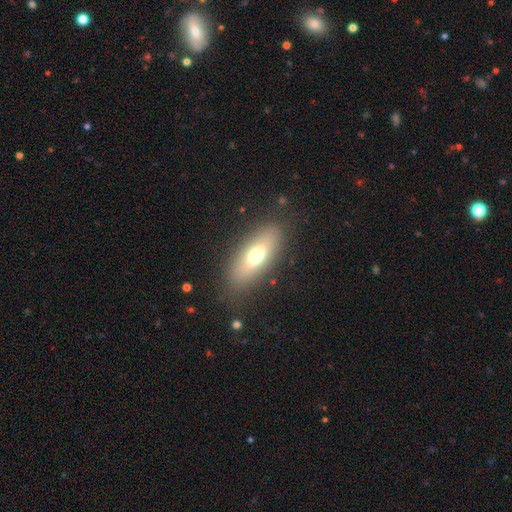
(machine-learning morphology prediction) Overall: smooth (65%; featured or disk 26%). How rounded: in between (69%). Merging: none (83%).